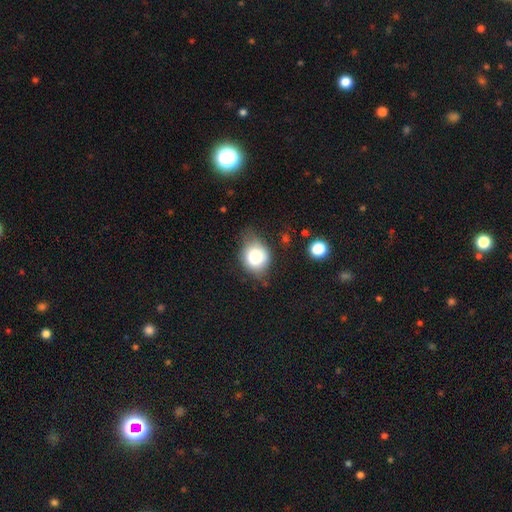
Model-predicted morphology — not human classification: type=smooth (81%); roundness=round (64%); merging=none (52%).